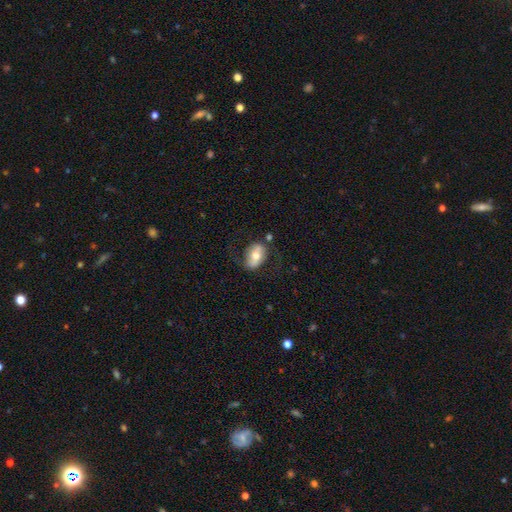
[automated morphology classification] Overall: smooth (54%; featured or disk 40%). How rounded: in between (86%). Merging: none (68%).